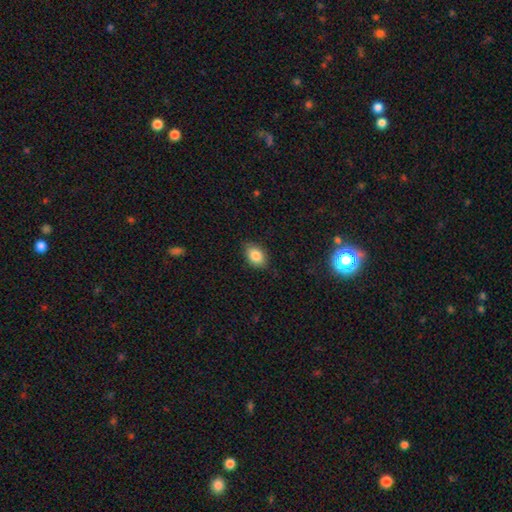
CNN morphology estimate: smooth_or_featured: smooth (p=0.86) [alt: star or artifact p=0.08]
how_rounded: in between (p=0.84) [alt: round p=0.15]
merging: none (p=0.84) [alt: minor disturbance p=0.13]